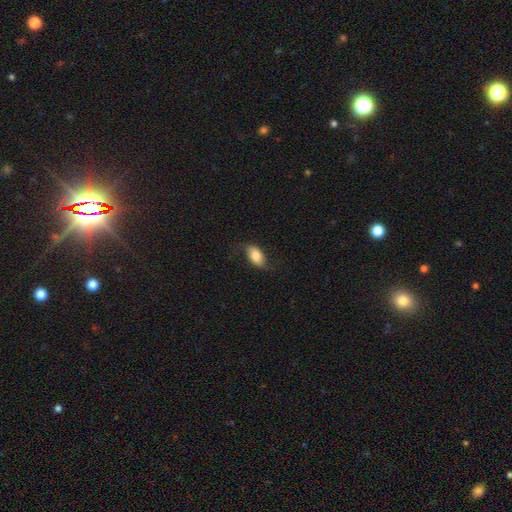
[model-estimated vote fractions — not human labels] The model was most divided on "smooth or featured": smooth: 71%, featured or disk: 22%, star or artifact: 7%. More confident: how rounded — in between (92%); merging — none (70%).